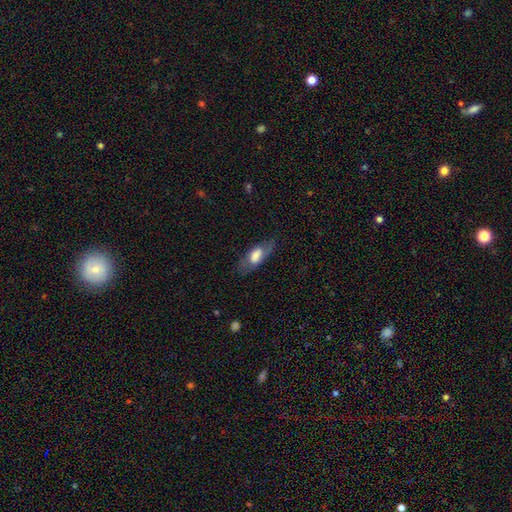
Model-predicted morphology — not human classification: smooth_or_featured: smooth (p=0.57) [alt: featured or disk p=0.36]
how_rounded: in between (p=0.75) [alt: cigar-shaped p=0.22]
merging: none (p=0.67) [alt: minor disturbance p=0.21]